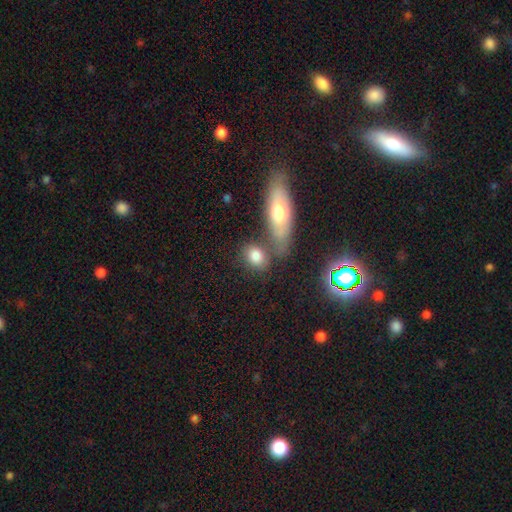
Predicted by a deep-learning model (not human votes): Q: Smooth or featured?
A: smooth (79%); runner-up: featured or disk (12%)
Q: How rounded?
A: in between (57%); runner-up: round (39%)
Q: Merging?
A: none (57%); runner-up: merger (25%)